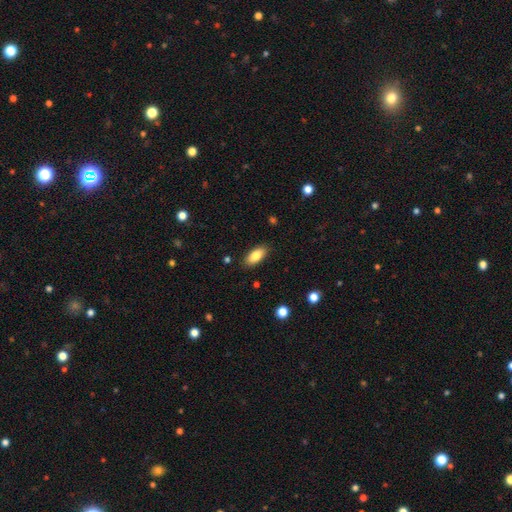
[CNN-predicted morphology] The model was most divided on "smooth or featured": smooth: 83%, featured or disk: 10%, star or artifact: 7%. More confident: merging — none (87%); how rounded — in between (86%).